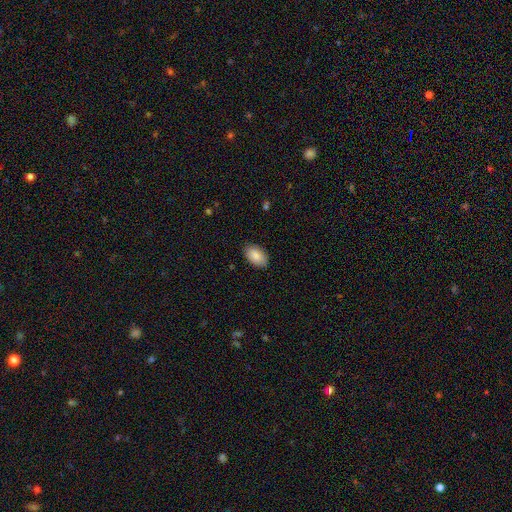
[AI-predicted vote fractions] Smooth or featured? smooth (88%)
How rounded? in between (93%)
Merging? none (88%)